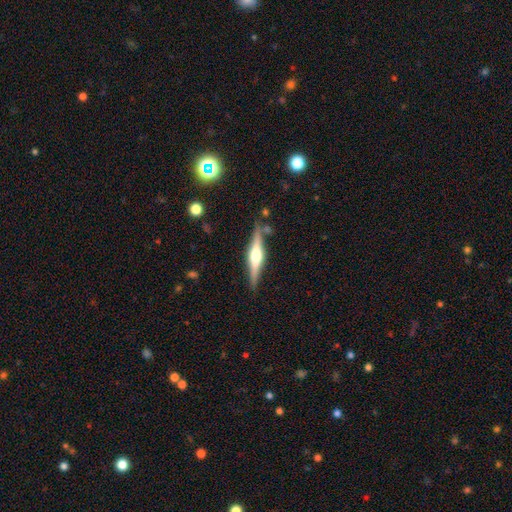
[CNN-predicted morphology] featured or disk 73%, smooth 22%, star or artifact 5%. Down the decision tree: edge-on disk — yes (97%); edge-on bulge — rounded (89%); merging — none (84%).